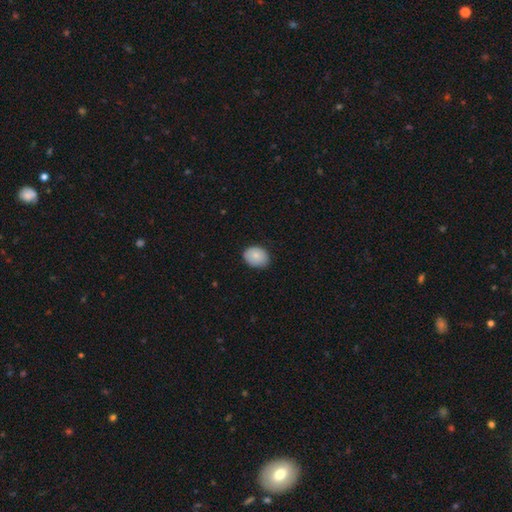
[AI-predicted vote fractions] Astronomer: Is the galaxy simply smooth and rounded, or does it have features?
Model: smooth — 82%.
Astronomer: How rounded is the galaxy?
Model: in between — 63%.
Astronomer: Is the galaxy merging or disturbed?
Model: none — 80%.